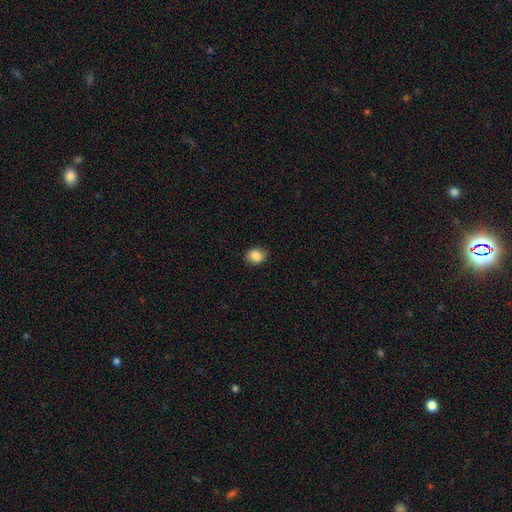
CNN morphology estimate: Smooth or featured? smooth (87%)
How rounded? round (59%)
Merging? none (86%)